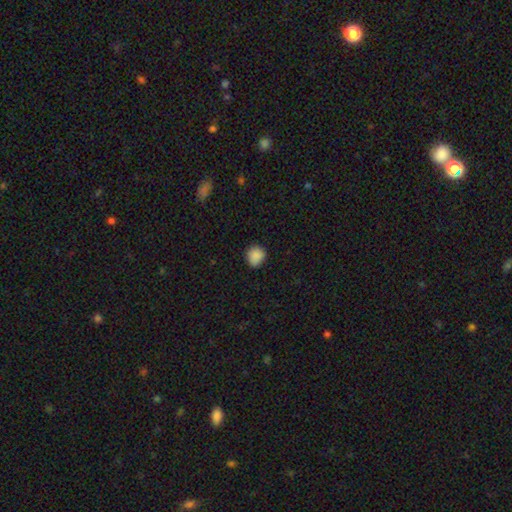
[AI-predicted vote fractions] This is clearly a smooth galaxy (88%). How rounded: clearly round (82%). Merging: clearly none (83%).